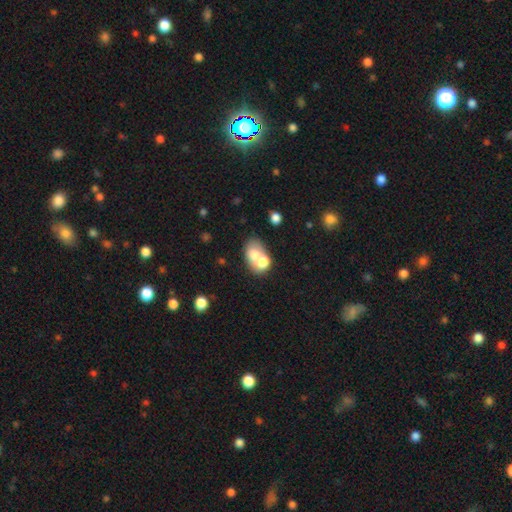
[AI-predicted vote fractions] Smooth or featured: smooth — 65% (featured or disk — 26%)
How rounded: in between — 71% (round — 28%)
Merging: merger — 62% (none — 24%)